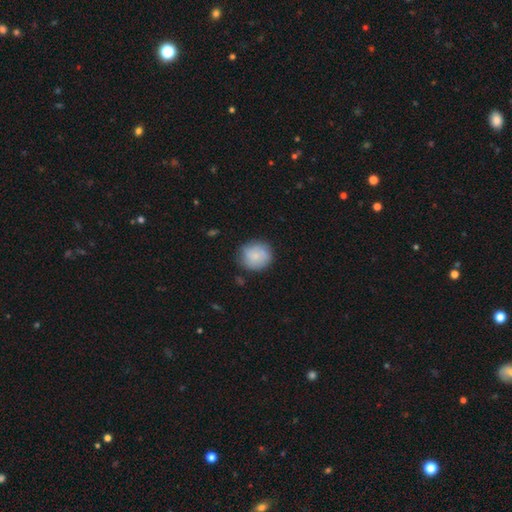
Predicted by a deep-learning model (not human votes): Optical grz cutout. It shows a smooth galaxy with no disk features (75%) that is round (85%). Merging: none (76%).